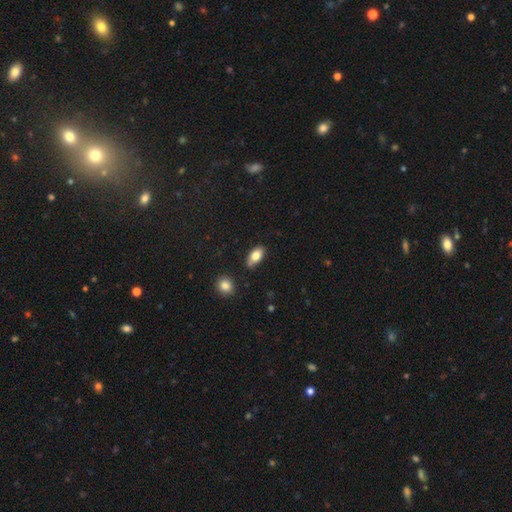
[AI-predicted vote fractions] smooth_or_featured: smooth (p=0.80) [alt: featured or disk p=0.12]
how_rounded: in between (p=0.90) [alt: cigar-shaped p=0.05]
merging: none (p=0.72) [alt: minor disturbance p=0.20]